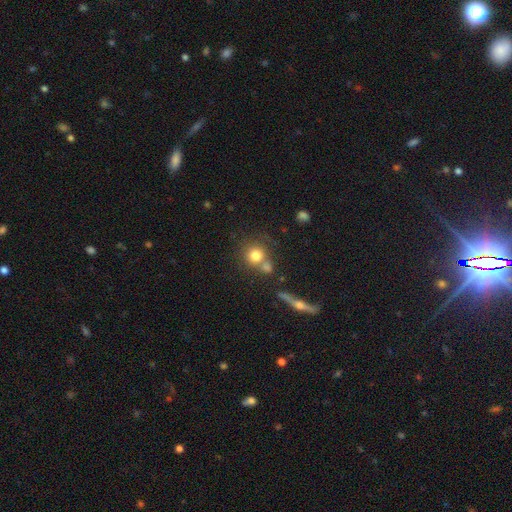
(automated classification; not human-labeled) Q: Smooth or featured?
A: smooth (77%); runner-up: featured or disk (13%)
Q: How rounded?
A: round (90%); runner-up: in between (9%)
Q: Merging?
A: none (57%); runner-up: merger (28%)